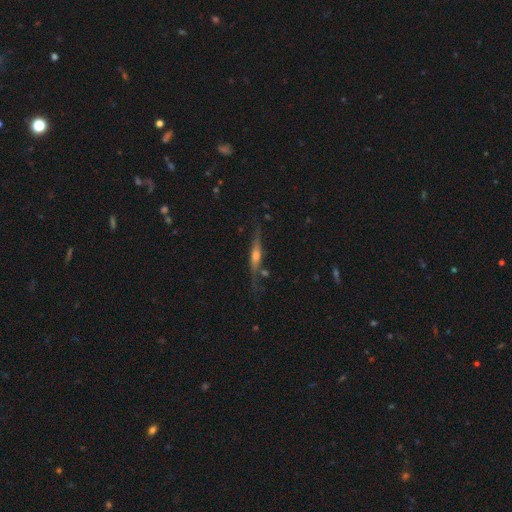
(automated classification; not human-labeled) This is likely a featured or disk galaxy (72%). It is clearly viewed edge-on (94%). Edge-on bulge: clearly rounded (81%). Merging: likely none (69%).